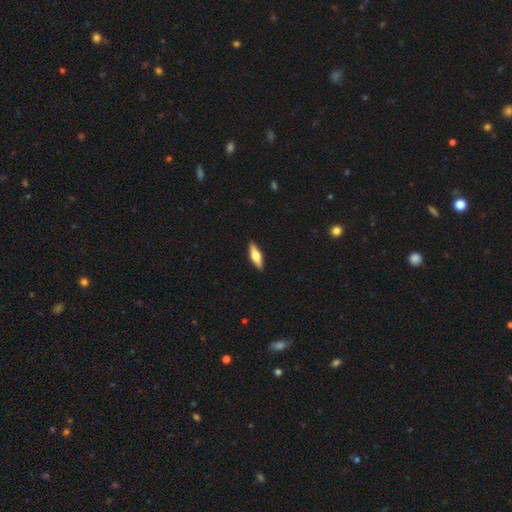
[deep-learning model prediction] This is possibly a featured or disk galaxy (49%). Merging: clearly none (91%).